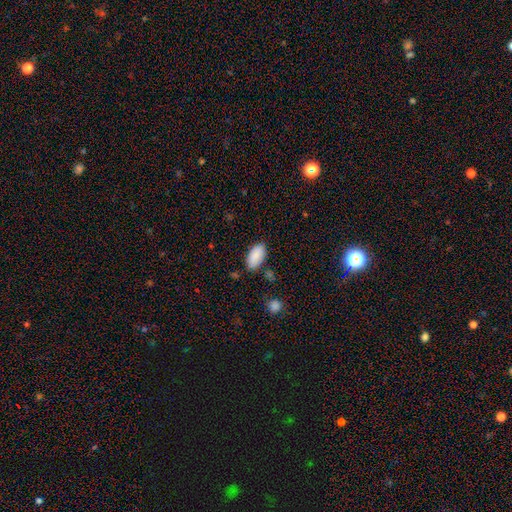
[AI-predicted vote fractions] A smooth galaxy with no disk features (88%) that is in between round and cigar-shaped (95%).

Vote fractions:
- Smooth or featured? smooth: 88% / star or artifact: 6% / featured or disk: 5%
- How rounded? in between: 95% / cigar-shaped: 3% / round: 2%
- Merging? none: 80% / minor disturbance: 13% / merger: 3% / major disturbance: 3%